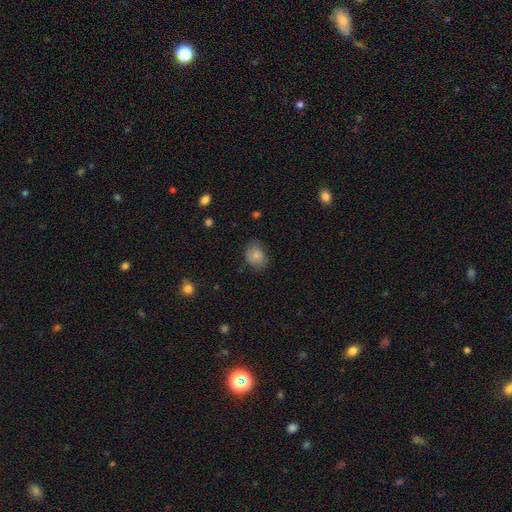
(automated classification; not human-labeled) A smooth galaxy with no disk features (83%) that is in between round and cigar-shaped (59%). Merging: none (68%).